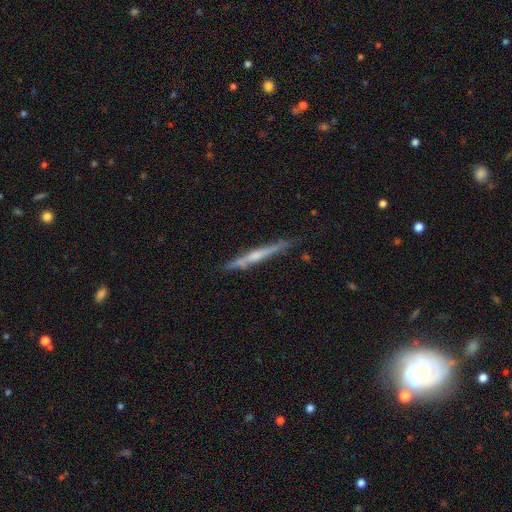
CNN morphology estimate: This appears to be a featured or disk galaxy (61%) viewed edge-on (96%) with a rounded central bulge (46%). Merging: none (81%).